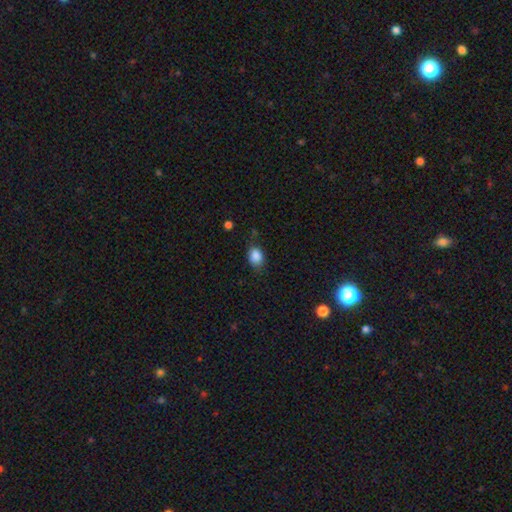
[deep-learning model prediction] smooth_or_featured: smooth (p=0.87) [alt: star or artifact p=0.09]
how_rounded: in between (p=0.67) [alt: round p=0.31]
merging: none (p=0.73) [alt: minor disturbance p=0.20]